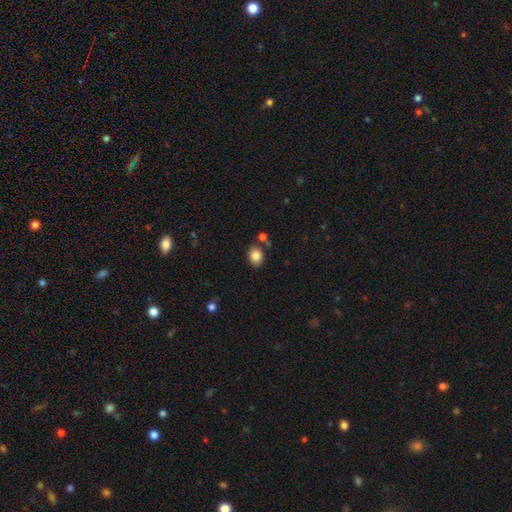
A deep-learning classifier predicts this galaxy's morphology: Q: Smooth or featured?
A: smooth (84%); runner-up: star or artifact (9%)
Q: How rounded?
A: in between (57%); runner-up: round (42%)
Q: Merging?
A: none (78%); runner-up: minor disturbance (11%)